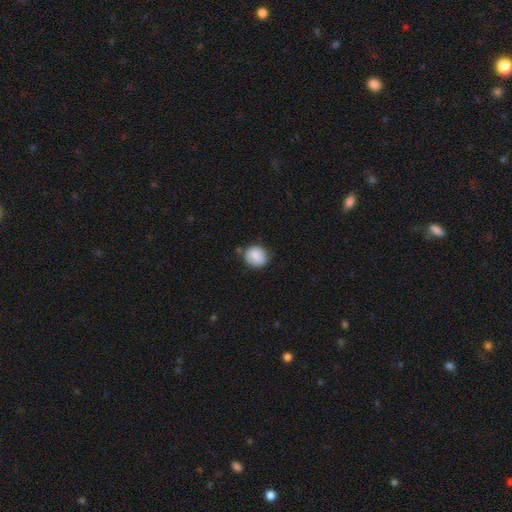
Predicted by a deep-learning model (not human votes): Overall: smooth (80%). How rounded: round (82%). Merging: none (75%).